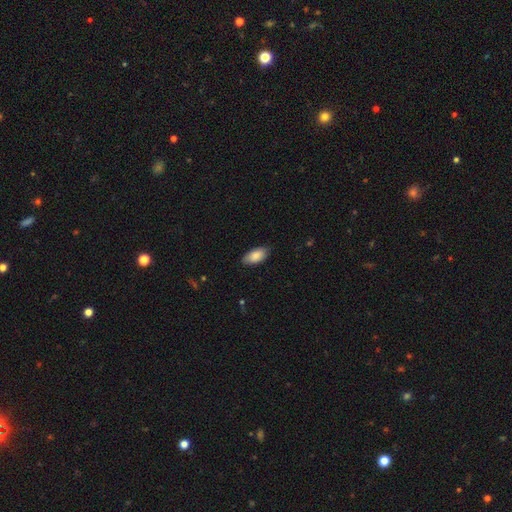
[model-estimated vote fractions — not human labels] This is clearly a smooth galaxy (84%). How rounded: clearly in between (94%). Merging: clearly none (82%).